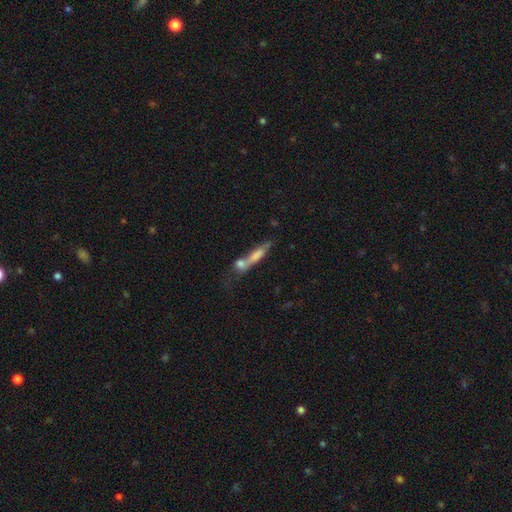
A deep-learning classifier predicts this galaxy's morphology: Q: Smooth or featured?
A: smooth (51%); runner-up: featured or disk (38%)
Q: How rounded?
A: cigar-shaped (75%); runner-up: in between (21%)
Q: Merging?
A: merger (52%); runner-up: none (27%)